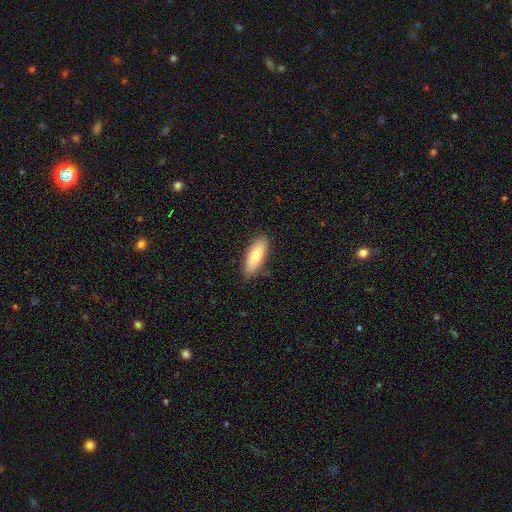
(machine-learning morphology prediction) Smooth or featured? Predicted: smooth (p=0.74). How rounded? Predicted: in between (p=0.70). Merging? Predicted: none (p=0.85).